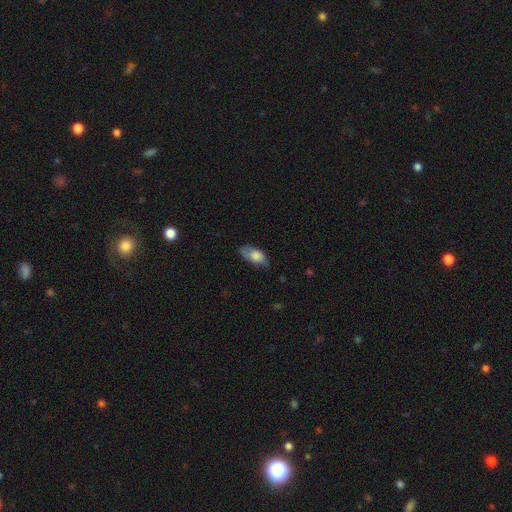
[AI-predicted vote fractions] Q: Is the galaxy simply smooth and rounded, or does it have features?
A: smooth — 75%.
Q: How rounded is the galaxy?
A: in between — 88%.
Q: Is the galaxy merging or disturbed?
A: none — 60%.